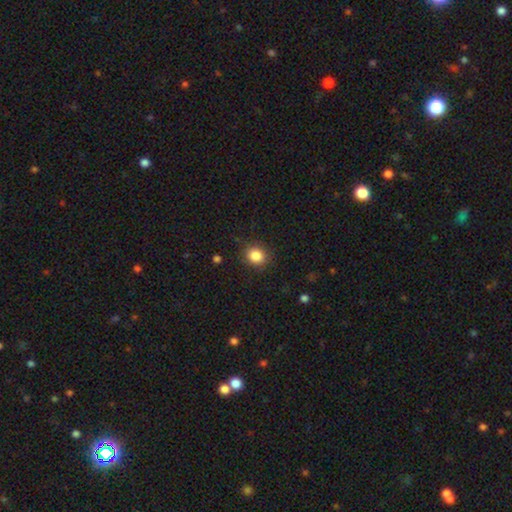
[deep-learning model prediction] Smooth or featured: smooth — 86% (star or artifact — 10%)
How rounded: round — 76% (in between — 23%)
Merging: none — 87% (minor disturbance — 9%)